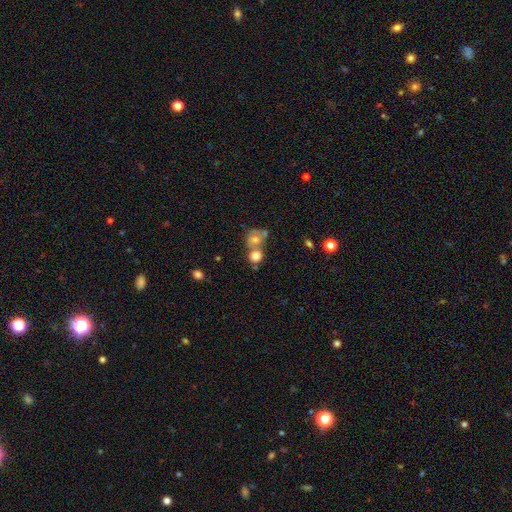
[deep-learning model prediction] Smooth or featured? smooth (75%)
How rounded? round (74%)
Merging? merger (52%)